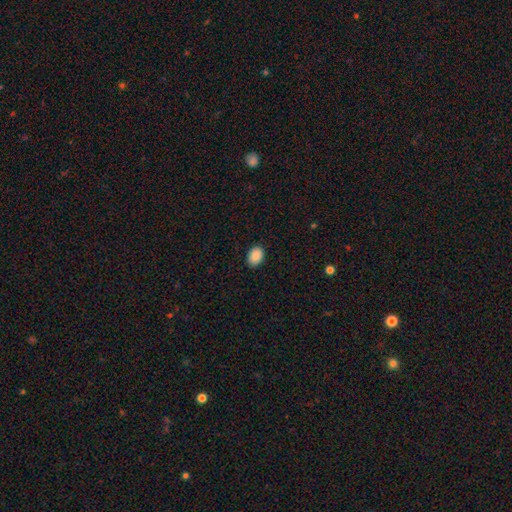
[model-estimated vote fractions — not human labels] Smooth or featured: smooth — 90% (star or artifact — 8%)
How rounded: in between — 78% (round — 21%)
Merging: none — 89% (minor disturbance — 8%)